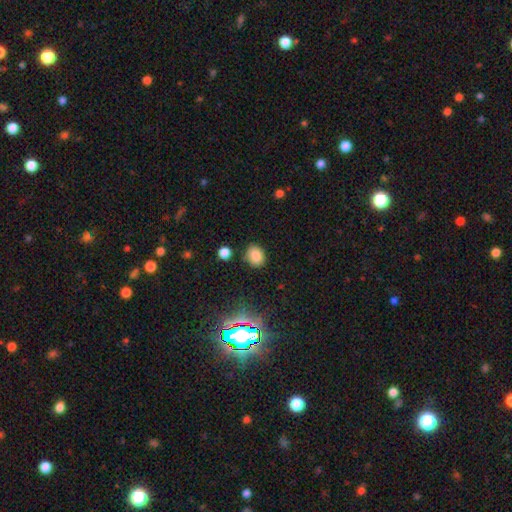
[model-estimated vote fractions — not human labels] Morphology: type=smooth (80%); roundness=in between (51%); merging=none (82%).